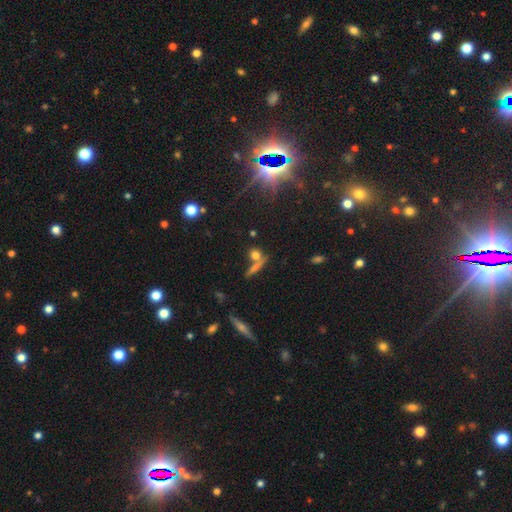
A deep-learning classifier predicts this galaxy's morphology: This is likely a smooth galaxy (68%). How rounded: possibly round (56%). Merging: possibly none (58%).